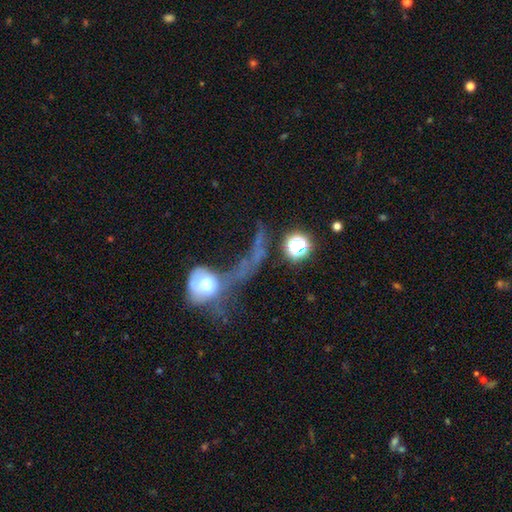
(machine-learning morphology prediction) This is marginally a smooth galaxy (40%). Merging: possibly major disturbance (51%).